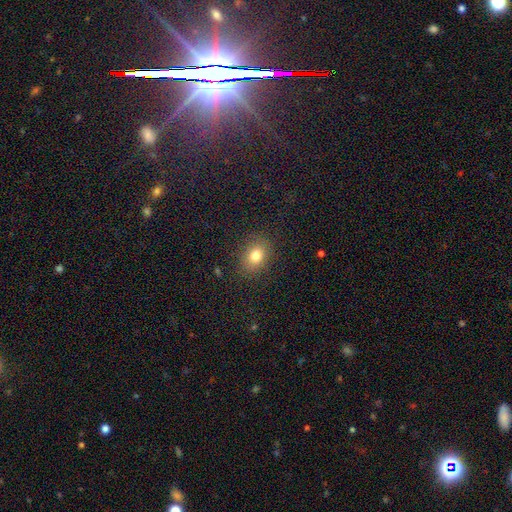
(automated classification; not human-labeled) Smooth or featured? Predicted: smooth (p=0.80). How rounded? Predicted: in between (p=0.57). Merging? Predicted: none (p=0.86).